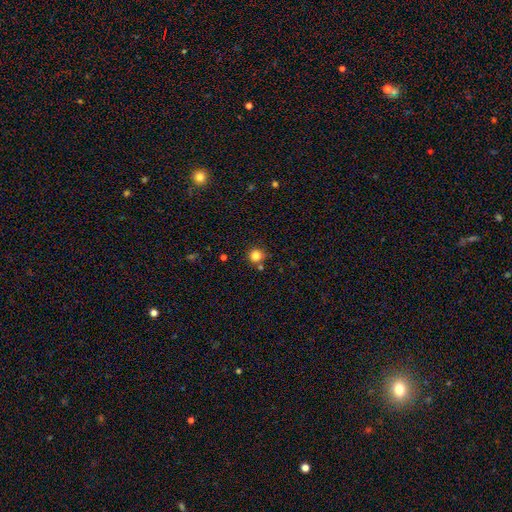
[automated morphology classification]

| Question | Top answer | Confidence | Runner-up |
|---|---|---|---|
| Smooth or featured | smooth | 83% | star or artifact (12%) |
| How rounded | round | 93% | in between (6%) |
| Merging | none | 77% | minor disturbance (11%) |